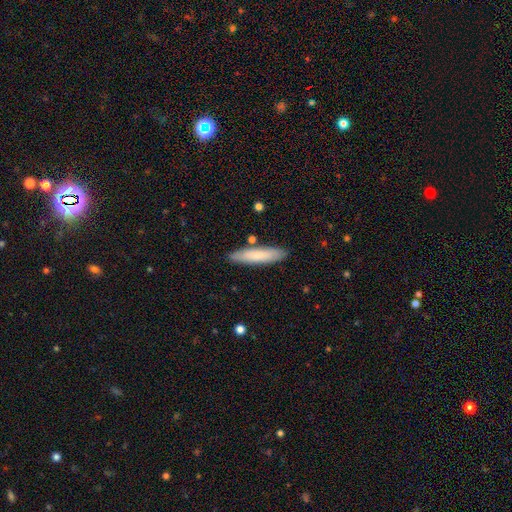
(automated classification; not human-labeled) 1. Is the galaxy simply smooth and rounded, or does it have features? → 73% smooth, 21% featured or disk, 6% star or artifact.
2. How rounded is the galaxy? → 82% cigar-shaped, 17% in between, 1% round.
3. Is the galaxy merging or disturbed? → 85% none, 10% minor disturbance, 3% merger, 2% major disturbance.